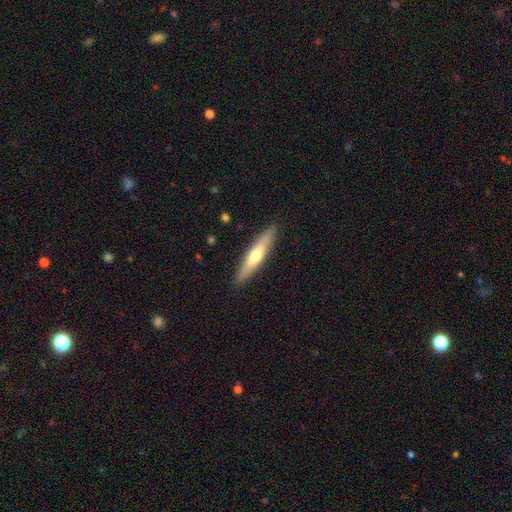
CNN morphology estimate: smooth_or_featured: smooth (p=0.52) [alt: featured or disk p=0.43]
how_rounded: cigar-shaped (p=0.86) [alt: in between p=0.13]
merging: none (p=0.89) [alt: minor disturbance p=0.08]